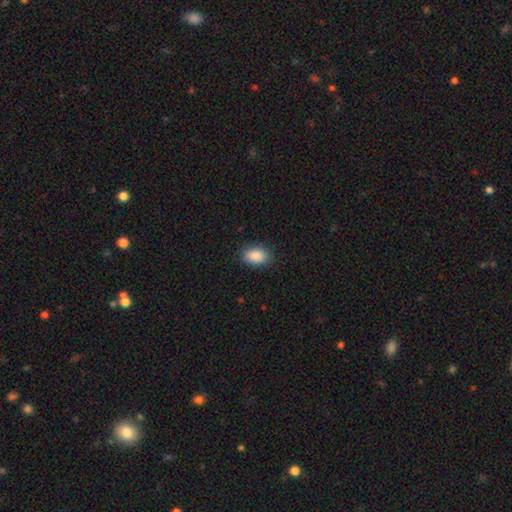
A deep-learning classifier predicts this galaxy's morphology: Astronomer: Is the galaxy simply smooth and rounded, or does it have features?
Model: smooth — 89%.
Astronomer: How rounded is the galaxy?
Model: in between — 88%.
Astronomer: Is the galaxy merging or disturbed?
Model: none — 88%.